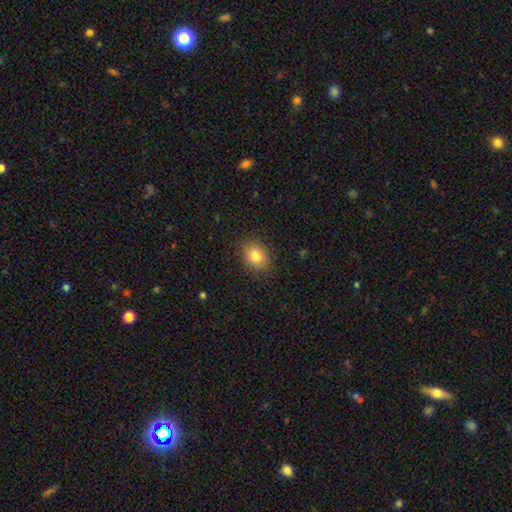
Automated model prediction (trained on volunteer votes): Smooth or featured: smooth — 81% (star or artifact — 10%)
How rounded: in between — 53% (round — 46%)
Merging: none — 87% (minor disturbance — 9%)